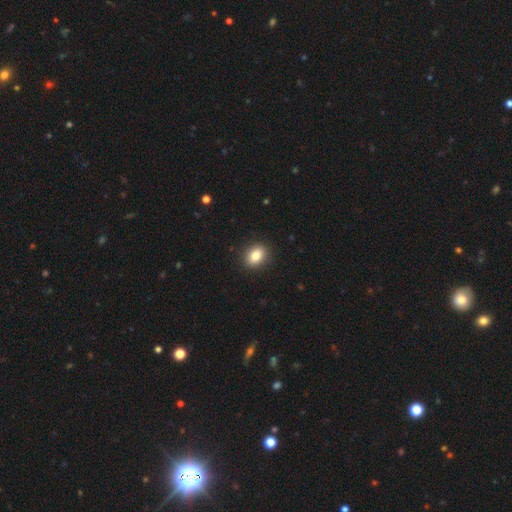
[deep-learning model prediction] Morphology: type=smooth (84%); roundness=in between (60%); merging=none (91%).